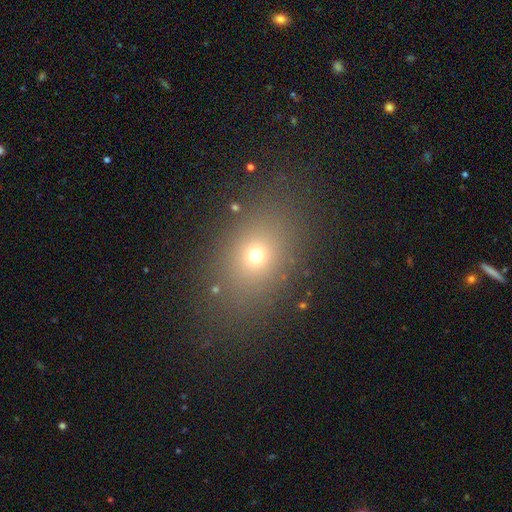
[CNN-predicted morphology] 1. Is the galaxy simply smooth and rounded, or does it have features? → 67% smooth, 21% star or artifact, 12% featured or disk.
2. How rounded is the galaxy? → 60% in between, 39% round, 2% cigar-shaped.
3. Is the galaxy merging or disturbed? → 82% none, 10% minor disturbance, 5% major disturbance, 3% merger.